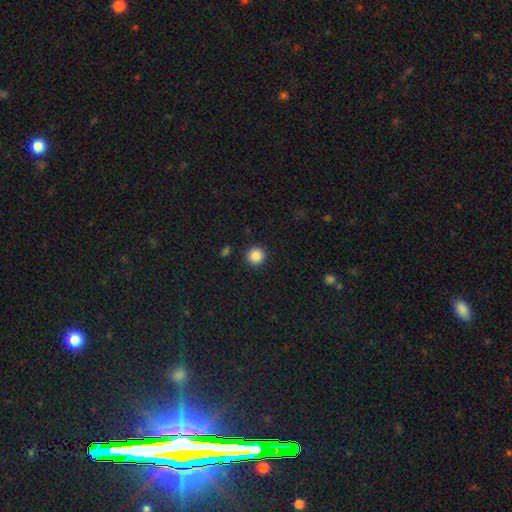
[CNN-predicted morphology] This is clearly a smooth galaxy (87%). How rounded: clearly round (94%). Merging: clearly none (91%).